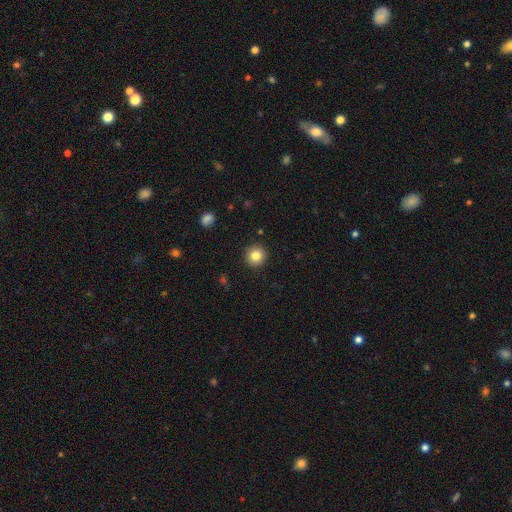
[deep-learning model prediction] Q: Smooth or featured?
A: smooth (82%); runner-up: star or artifact (10%)
Q: How rounded?
A: round (95%); runner-up: in between (4%)
Q: Merging?
A: none (92%); runner-up: minor disturbance (5%)